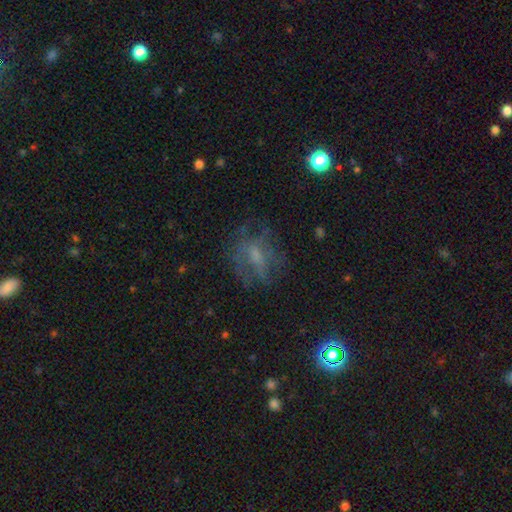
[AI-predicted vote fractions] Smooth or featured? Predicted: featured or disk (p=0.47). Merging? Predicted: none (p=0.58).